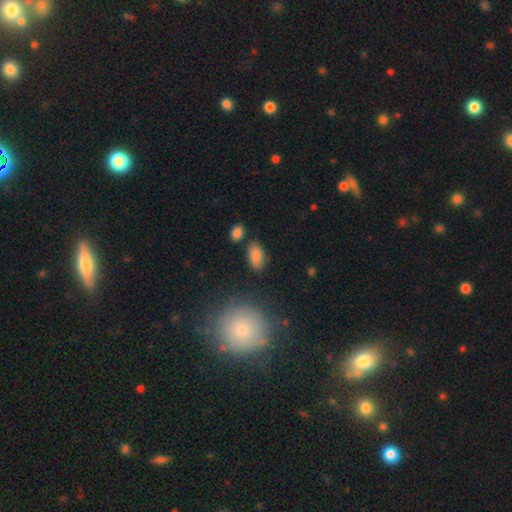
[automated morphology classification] Smooth or featured? smooth (85%)
How rounded? in between (93%)
Merging? none (79%)